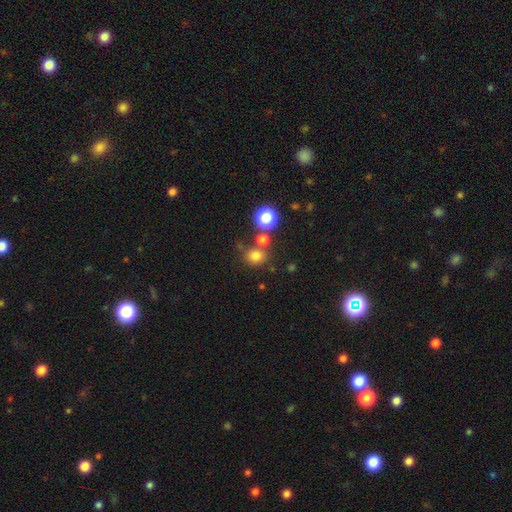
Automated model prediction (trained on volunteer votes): Smooth or featured: smooth — 74% (star or artifact — 19%)
How rounded: round — 80% (in between — 19%)
Merging: none — 69% (merger — 16%)